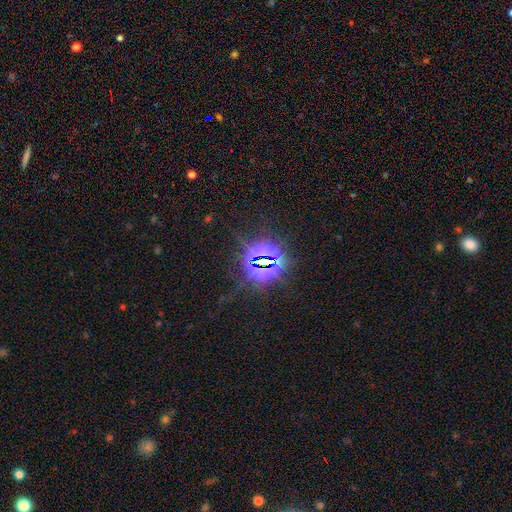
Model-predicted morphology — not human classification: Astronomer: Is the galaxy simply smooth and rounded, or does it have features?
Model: star or artifact — 86%.